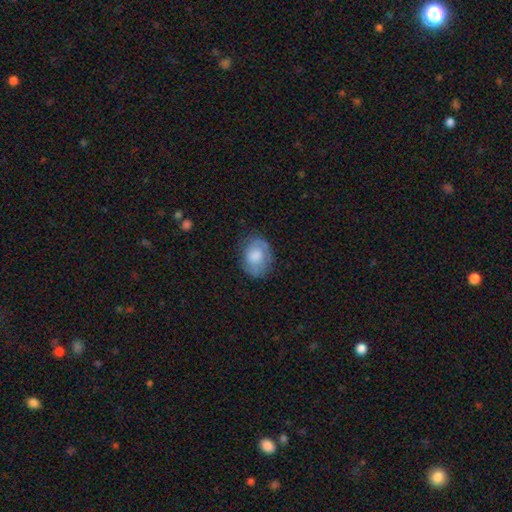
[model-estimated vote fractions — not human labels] smooth-or-featured: smooth: 60% | featured or disk: 33% | star or artifact: 7%
  how-rounded: in between: 68% | round: 31% | cigar-shaped: 1%
  merging: none: 68% | minor disturbance: 22% | major disturbance: 8% | merger: 1%